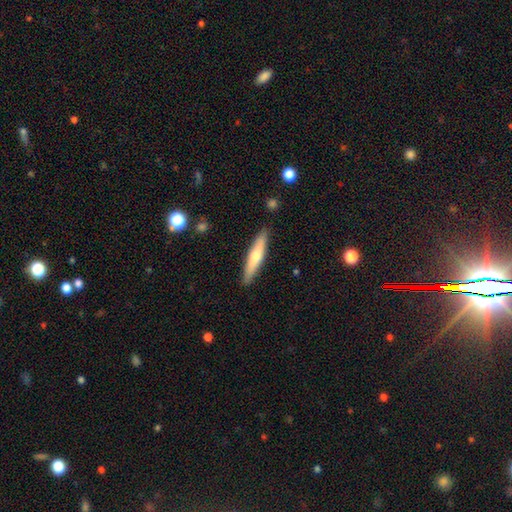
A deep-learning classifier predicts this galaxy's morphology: Q: Smooth or featured?
A: smooth (56%); runner-up: featured or disk (39%)
Q: How rounded?
A: cigar-shaped (87%); runner-up: in between (11%)
Q: Merging?
A: none (88%); runner-up: minor disturbance (9%)